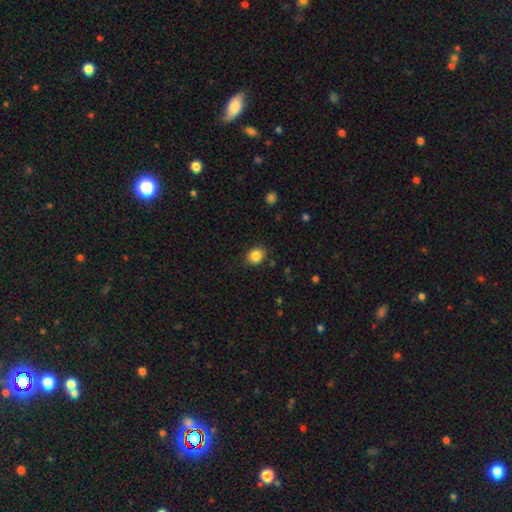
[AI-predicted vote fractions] A smooth galaxy with no disk features (86%) that is round (63%). Merging: none (85%).